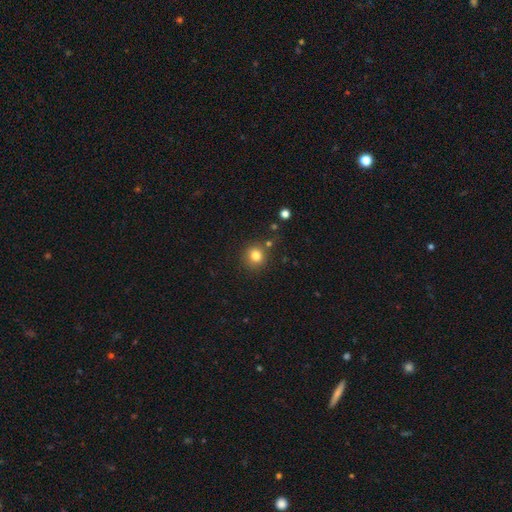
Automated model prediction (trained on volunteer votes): smooth 81%, star or artifact 12%, featured or disk 7%. Down the decision tree: how rounded — round (88%); merging — none (81%).